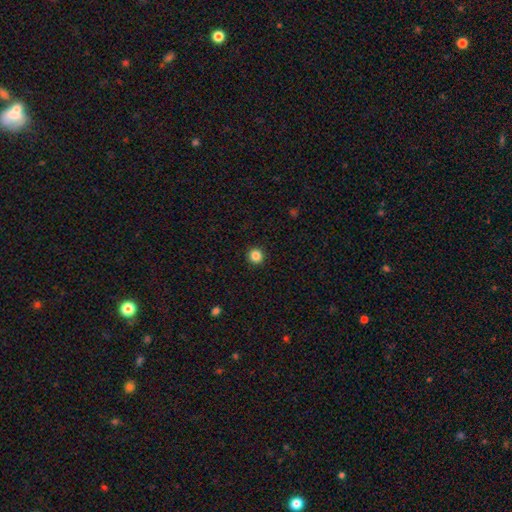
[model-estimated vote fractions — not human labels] A smooth galaxy with no disk features (85%) that is round (95%). Merging: none (93%).